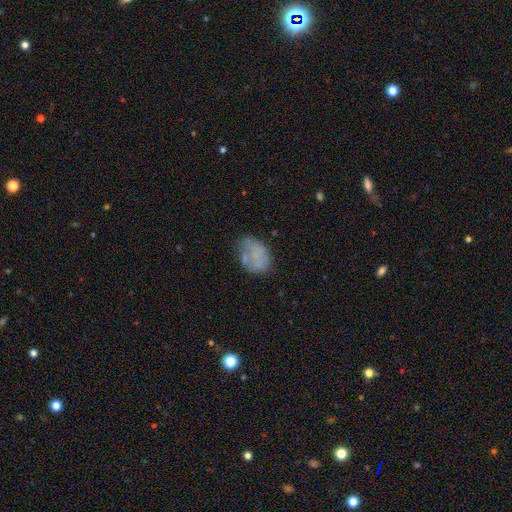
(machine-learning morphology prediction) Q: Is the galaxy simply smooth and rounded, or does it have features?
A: smooth — 60%.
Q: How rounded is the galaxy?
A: in between — 78%.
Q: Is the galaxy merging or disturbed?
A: none — 49%.